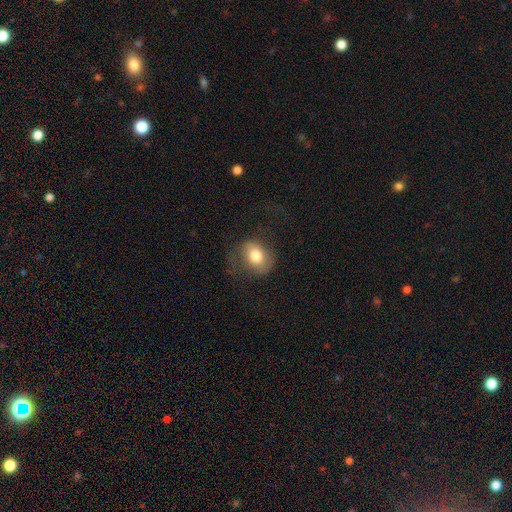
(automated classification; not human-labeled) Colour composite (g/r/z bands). It shows a smooth galaxy with no disk features (72%) that is in between round and cigar-shaped (64%). Merging: none (57%).